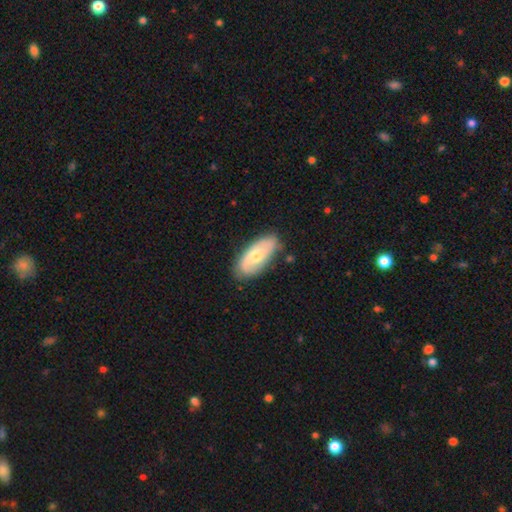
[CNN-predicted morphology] Smooth or featured?
  - featured or disk: 48% *
  - smooth: 47%
  - star or artifact: 5%
Merging?
  - none: 76% *
  - minor disturbance: 18%
  - major disturbance: 4%
  - merger: 2%